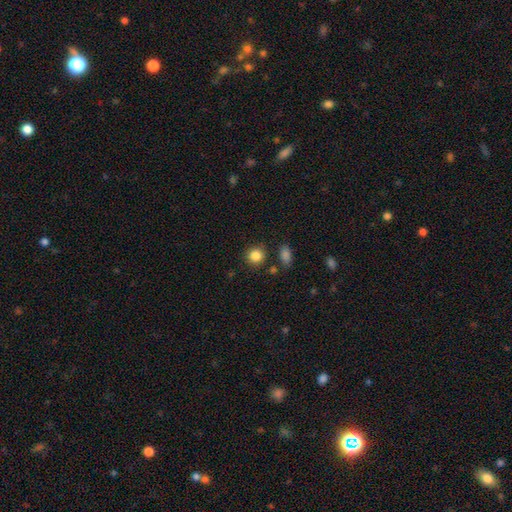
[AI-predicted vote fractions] This is clearly a smooth galaxy (86%). How rounded: clearly round (88%). Merging: clearly none (83%).